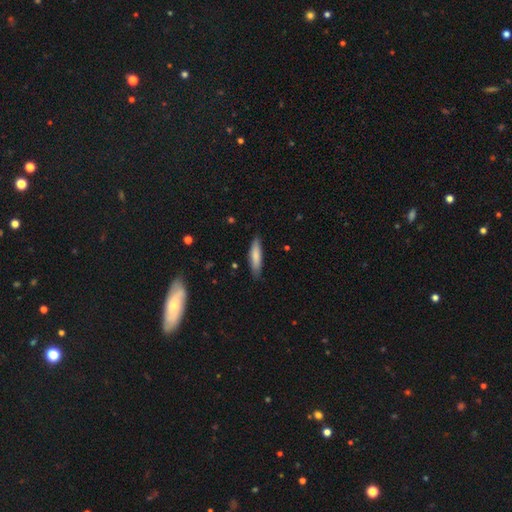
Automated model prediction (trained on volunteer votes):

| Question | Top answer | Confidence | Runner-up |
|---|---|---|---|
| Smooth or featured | smooth | 80% | featured or disk (15%) |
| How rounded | cigar-shaped | 76% | in between (22%) |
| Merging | none | 83% | minor disturbance (13%) |